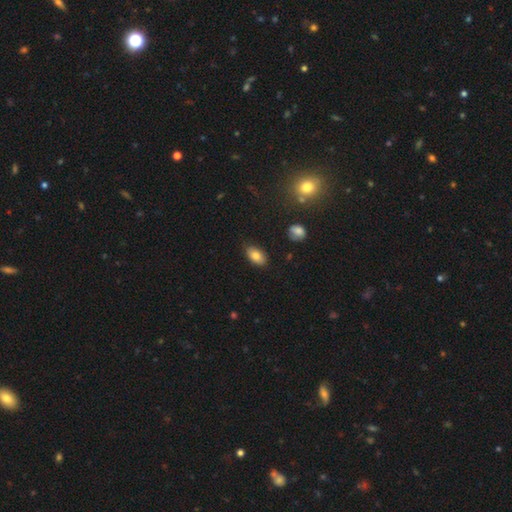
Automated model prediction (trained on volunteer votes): smooth-or-featured: smooth: 81% | featured or disk: 11% | star or artifact: 8%
  how-rounded: in between: 92% | round: 5% | cigar-shaped: 2%
  merging: none: 85% | minor disturbance: 11% | major disturbance: 2% | merger: 1%